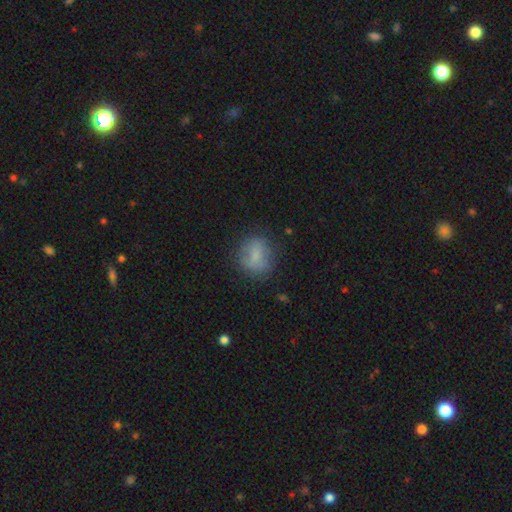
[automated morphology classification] smooth 74%, featured or disk 17%, star or artifact 9%. Down the decision tree: how rounded — round (67%); merging — none (73%).